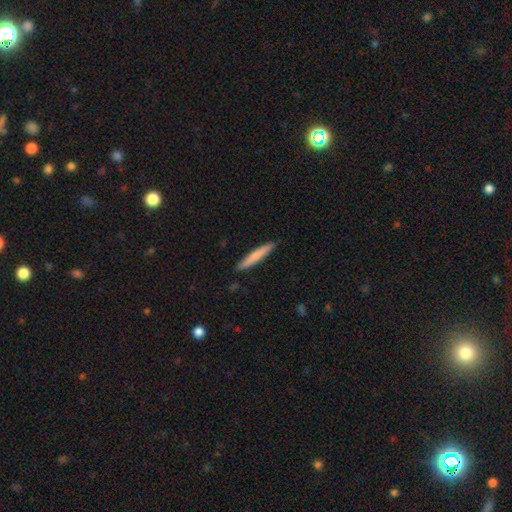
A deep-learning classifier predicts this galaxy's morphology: The model was most divided on "smooth or featured": smooth: 74%, featured or disk: 21%, star or artifact: 5%. More confident: how rounded — cigar-shaped (95%); merging — none (90%).